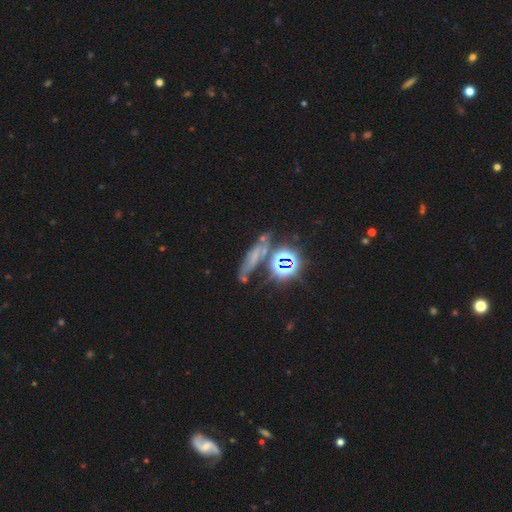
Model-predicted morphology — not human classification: Smooth or featured: star or artifact — 46% (smooth — 30%)